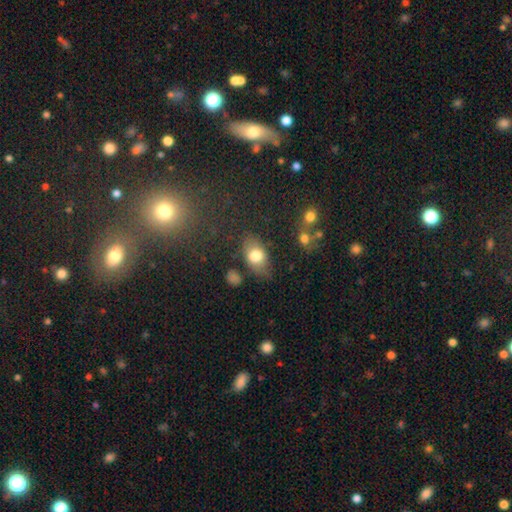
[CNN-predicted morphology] A smooth galaxy with no disk features (75%) that is in between round and cigar-shaped (83%).

Vote fractions:
- Smooth or featured? smooth: 75% / featured or disk: 17% / star or artifact: 8%
- How rounded? in between: 83% / round: 14% / cigar-shaped: 3%
- Merging? none: 69% / minor disturbance: 20% / major disturbance: 6% / merger: 5%